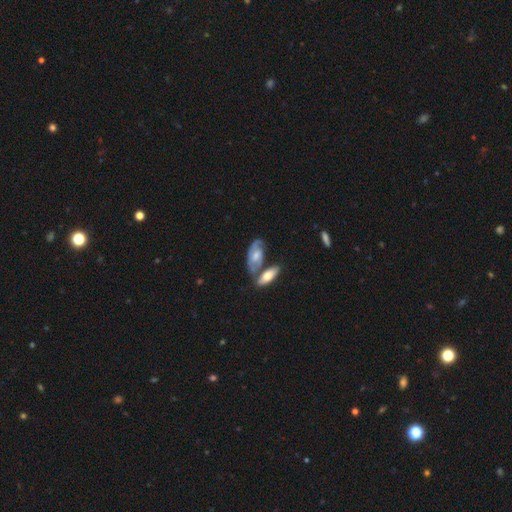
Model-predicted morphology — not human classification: This is likely a featured or disk galaxy (61%). It is clearly not viewed edge-on (86%). Bar: likely no (63%). Spiral arm pattern: likely yes (80%). Central bulge: possibly moderate (48%). Merging: marginally none (44%).